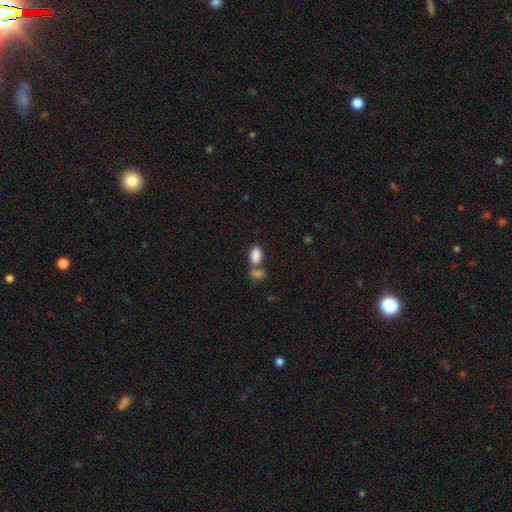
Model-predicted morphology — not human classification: This is clearly a smooth galaxy (87%). How rounded: clearly in between (92%). Merging: marginally merger (44%).